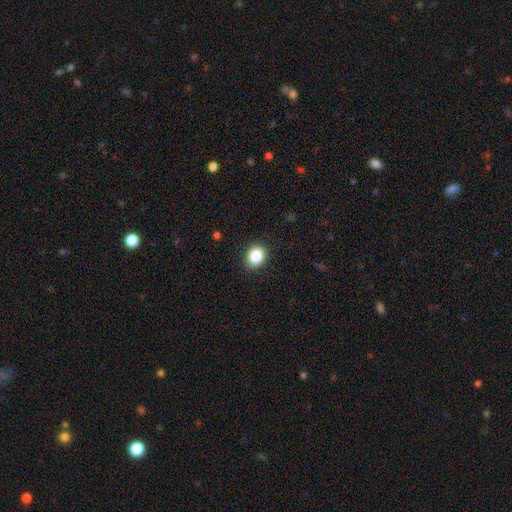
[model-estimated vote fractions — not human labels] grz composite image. It shows a smooth galaxy with no disk features (86%) that is round (64%). Merging: none (89%).